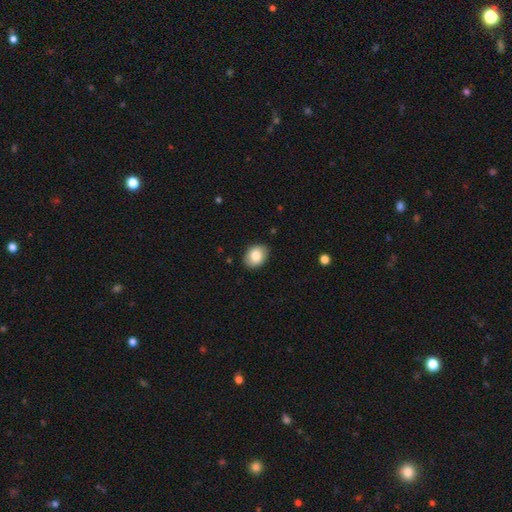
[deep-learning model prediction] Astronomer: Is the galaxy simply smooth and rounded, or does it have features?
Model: smooth — 82%.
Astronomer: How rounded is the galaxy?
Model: in between — 65%.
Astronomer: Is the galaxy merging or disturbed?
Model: none — 86%.